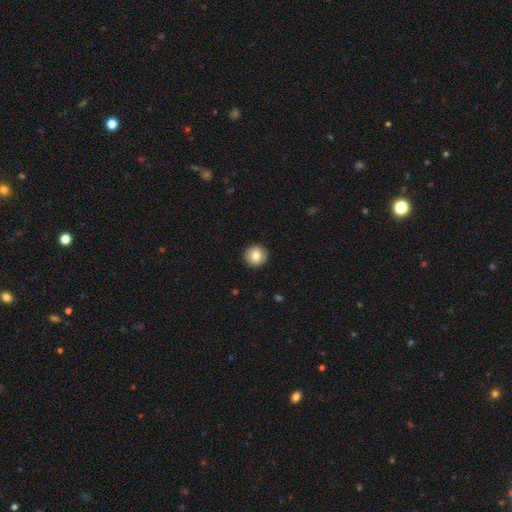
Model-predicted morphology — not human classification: Smooth or featured: smooth — 80% (featured or disk — 12%)
How rounded: round — 91% (in between — 8%)
Merging: none — 92% (minor disturbance — 6%)